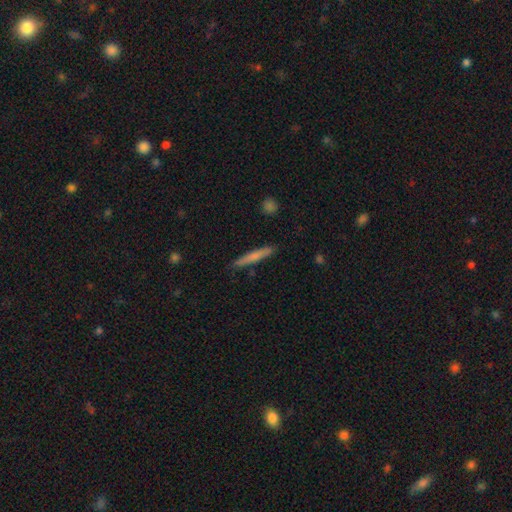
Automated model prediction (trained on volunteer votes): This appears to be a smooth galaxy with no disk features (65%) that is cigar-shaped (95%). Merging: none (89%).